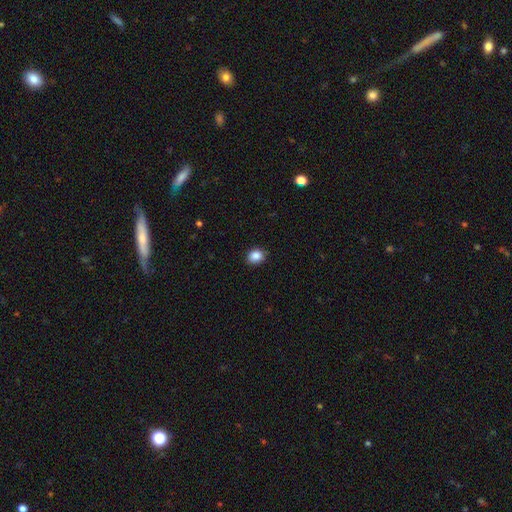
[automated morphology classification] Smooth or featured? Predicted: smooth (p=0.87). How rounded? Predicted: round (p=0.60). Merging? Predicted: none (p=0.86).